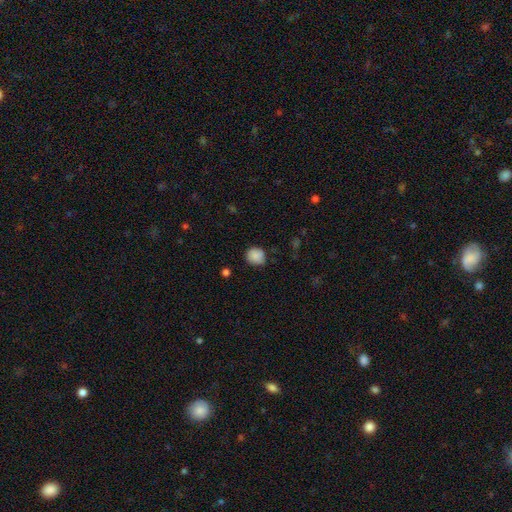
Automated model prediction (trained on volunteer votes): smooth_or_featured: smooth (p=0.86) [alt: star or artifact p=0.09]
how_rounded: round (p=0.81) [alt: in between p=0.18]
merging: none (p=0.73) [alt: minor disturbance p=0.21]